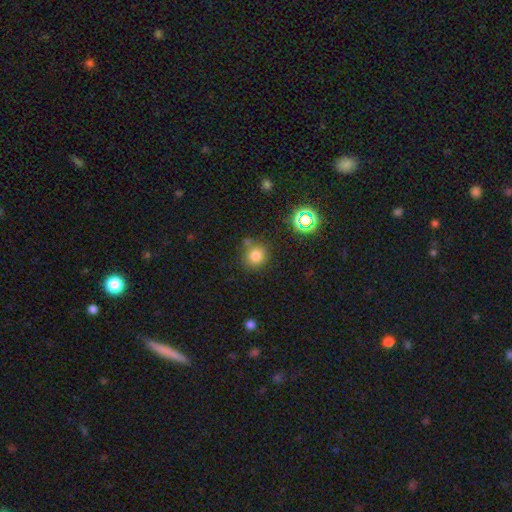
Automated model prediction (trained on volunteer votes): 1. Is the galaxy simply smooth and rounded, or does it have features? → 77% smooth, 16% star or artifact, 7% featured or disk.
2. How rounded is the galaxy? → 88% round, 11% in between, 1% cigar-shaped.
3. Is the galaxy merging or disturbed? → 74% none, 12% minor disturbance, 10% merger, 4% major disturbance.